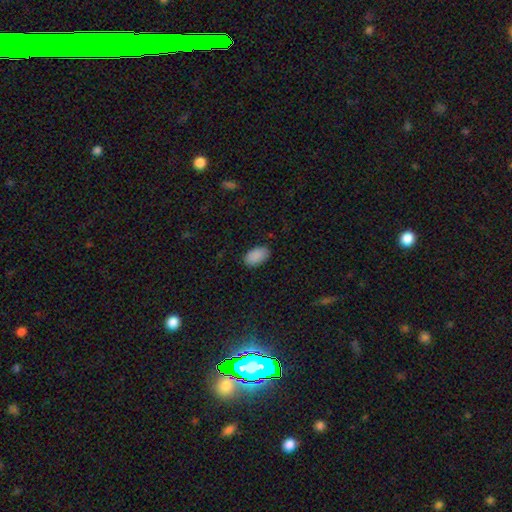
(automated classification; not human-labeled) smooth 90%, star or artifact 7%, featured or disk 3%. Down the decision tree: how rounded — in between (94%); merging — none (86%).